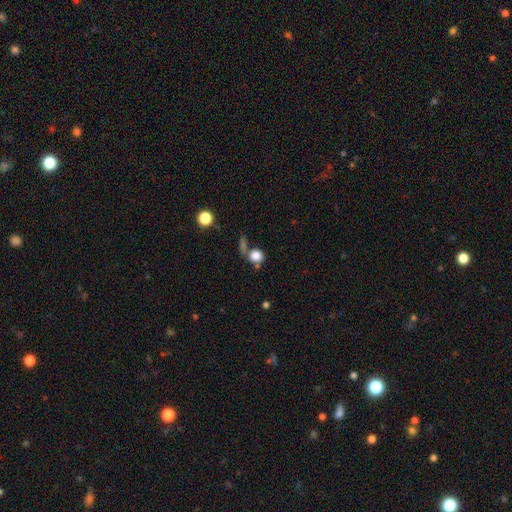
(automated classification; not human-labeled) This appears to be a smooth galaxy with no disk features (82%) that is round (83%). Merging: none (54%).